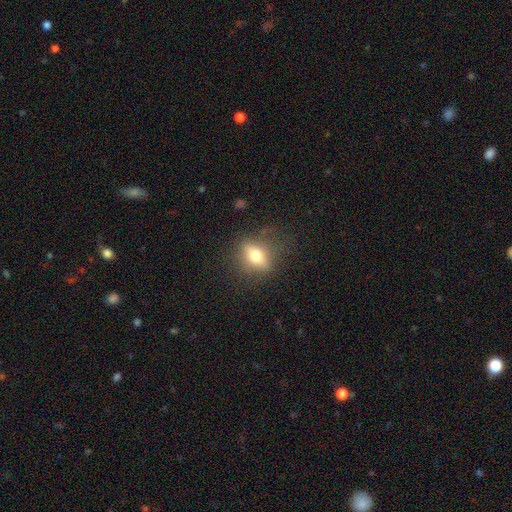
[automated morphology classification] Q: Smooth or featured?
A: smooth (60%); runner-up: featured or disk (29%)
Q: How rounded?
A: in between (63%); runner-up: round (29%)
Q: Merging?
A: none (76%); runner-up: minor disturbance (15%)